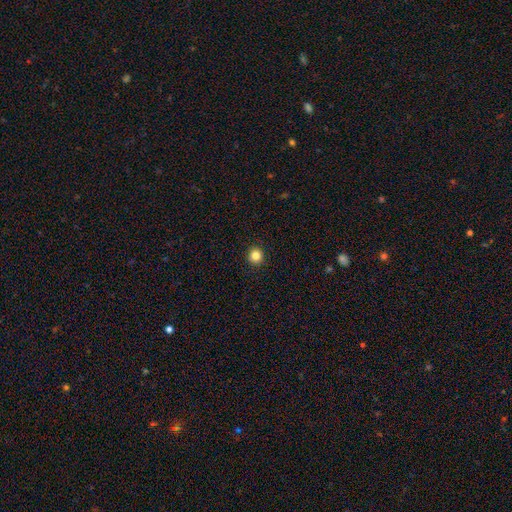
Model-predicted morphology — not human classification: The model was most divided on "smooth or featured": smooth: 84%, star or artifact: 12%, featured or disk: 4%. More confident: how rounded — round (94%); merging — none (93%).